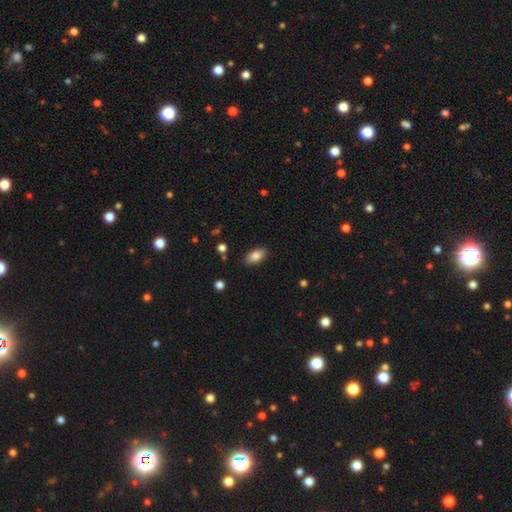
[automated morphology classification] Q: Smooth or featured?
A: smooth (84%); runner-up: featured or disk (8%)
Q: How rounded?
A: in between (92%); runner-up: round (4%)
Q: Merging?
A: none (87%); runner-up: minor disturbance (9%)